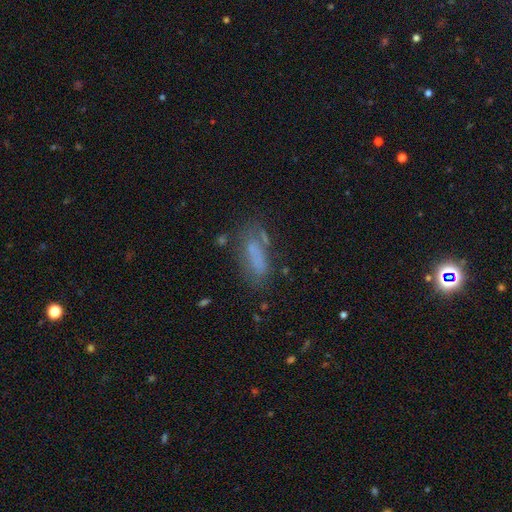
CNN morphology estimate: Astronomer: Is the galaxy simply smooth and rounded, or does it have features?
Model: smooth — 65%.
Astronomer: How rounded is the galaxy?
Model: in between — 57% (runner-up: cigar-shaped, 40%).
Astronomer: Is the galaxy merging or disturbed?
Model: none — 57%.